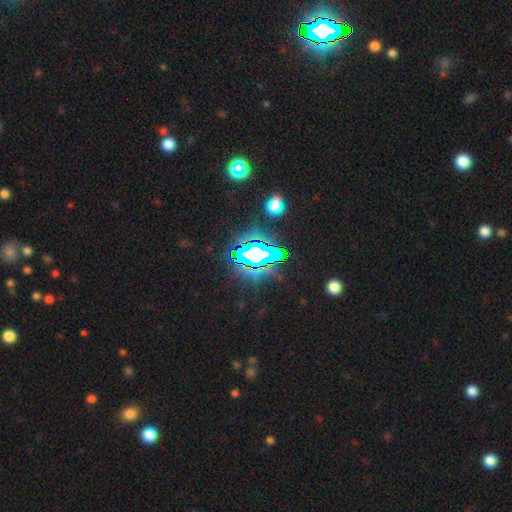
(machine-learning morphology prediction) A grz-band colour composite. It shows a star or artifact, not a galaxy (70%).